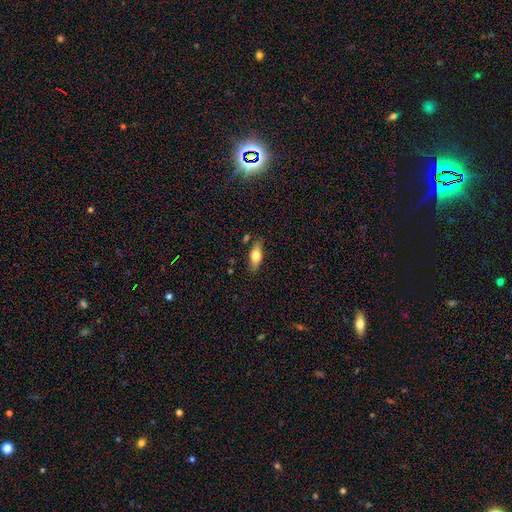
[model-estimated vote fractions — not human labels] This is likely a smooth galaxy (71%). How rounded: likely in between (76%). Merging: clearly none (81%).